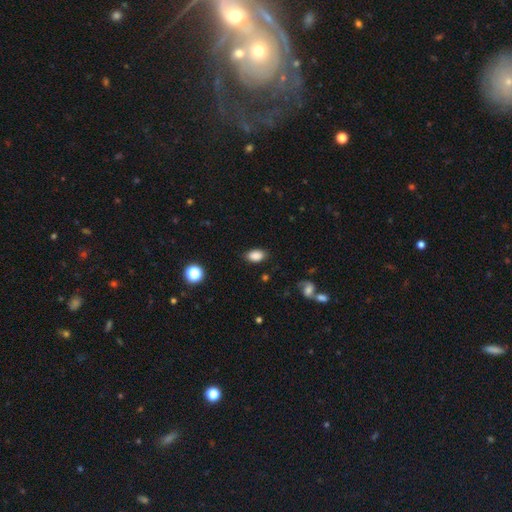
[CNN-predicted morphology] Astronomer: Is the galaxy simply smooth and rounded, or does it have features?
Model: smooth — 86%.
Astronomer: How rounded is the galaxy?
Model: in between — 88%.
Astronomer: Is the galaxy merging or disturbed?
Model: none — 82%.